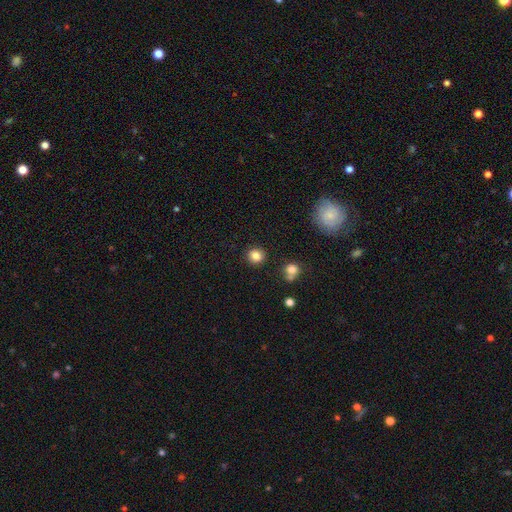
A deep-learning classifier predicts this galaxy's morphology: This is clearly a smooth galaxy (84%). How rounded: clearly round (86%). Merging: clearly none (88%).